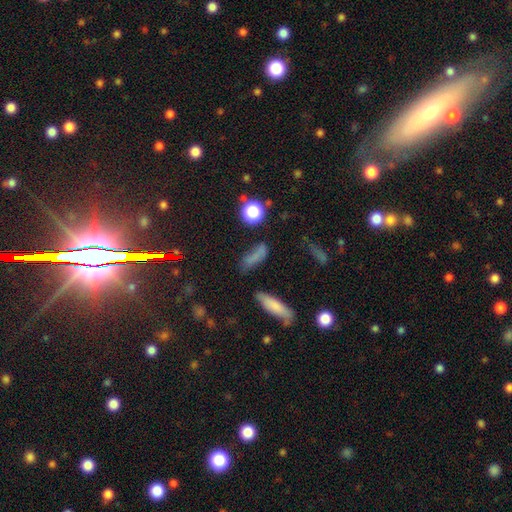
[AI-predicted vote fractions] Smooth or featured: smooth — 66% (star or artifact — 20%)
How rounded: in between — 44% (cigar-shaped — 42%)
Merging: none — 57% (minor disturbance — 21%)